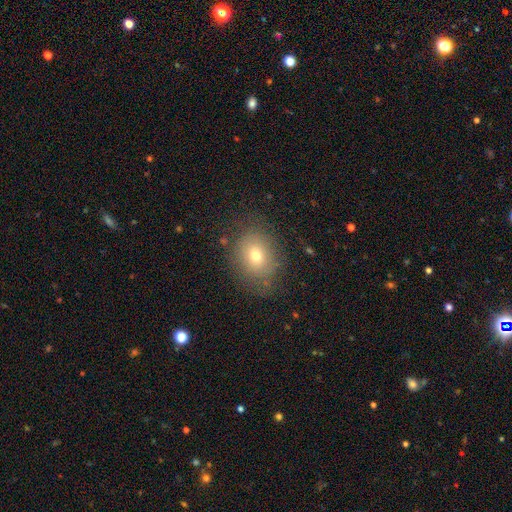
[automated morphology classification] smooth_or_featured: smooth (p=0.70) [alt: featured or disk p=0.16]
how_rounded: round (p=0.56) [alt: in between p=0.43]
merging: none (p=0.76) [alt: minor disturbance p=0.15]